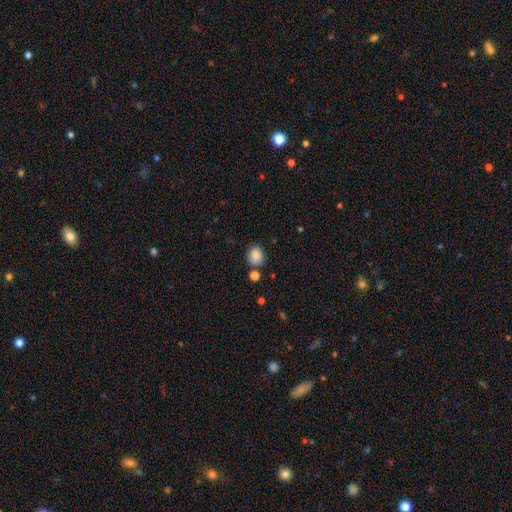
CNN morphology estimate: smooth_or_featured: smooth (p=0.85) [alt: star or artifact p=0.09]
how_rounded: round (p=0.70) [alt: in between p=0.29]
merging: none (p=0.74) [alt: minor disturbance p=0.15]